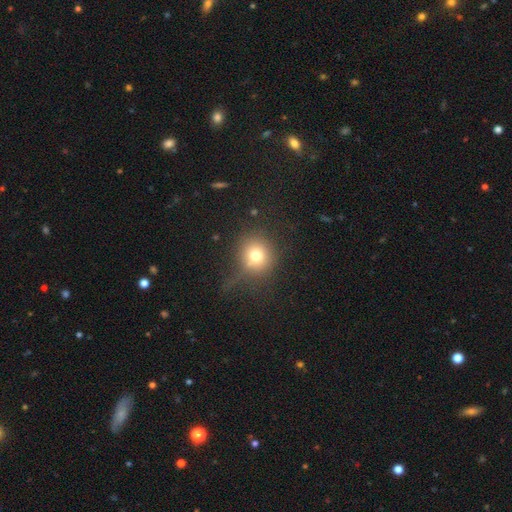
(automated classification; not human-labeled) Smooth or featured: smooth — 73% (star or artifact — 15%)
How rounded: round — 87% (in between — 12%)
Merging: none — 63% (minor disturbance — 18%)